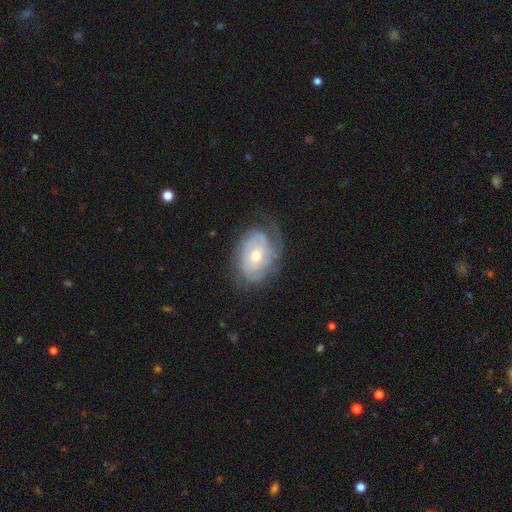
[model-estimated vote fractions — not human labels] A featured or disk galaxy (78%) with no bar (68%), tight (64%) spiral arms (91%) and a moderate central bulge (60%).

Vote fractions:
- Smooth or featured? featured or disk: 78% / smooth: 16% / star or artifact: 6%
- Edge-on disk? no: 97% / yes: 3%
- Bar? no: 68% / weak: 27% / strong: 5%
- Spiral arms? yes: 91% / no: 9%
- Spiral winding? tight: 64% / medium: 27% / loose: 9%
- Spiral arm count? can't tell: 40% / 2: 31% / 3: 14% / 1: 6% / 4: 5% / more than 4: 4%
- Bulge size? moderate: 60% / small: 34% / large: 4% / none: 1% / dominant: 1%
- Merging? none: 66% / minor disturbance: 22% / major disturbance: 11% / merger: 1%